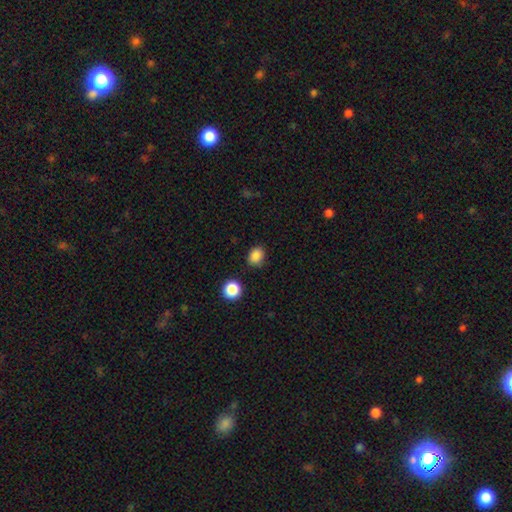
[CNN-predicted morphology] A smooth galaxy with no disk features (85%) that is round (55%).

Vote fractions:
- Smooth or featured? smooth: 85% / star or artifact: 11% / featured or disk: 3%
- How rounded? round: 55% / in between: 44% / cigar-shaped: 1%
- Merging? none: 83% / minor disturbance: 12% / major disturbance: 3% / merger: 3%